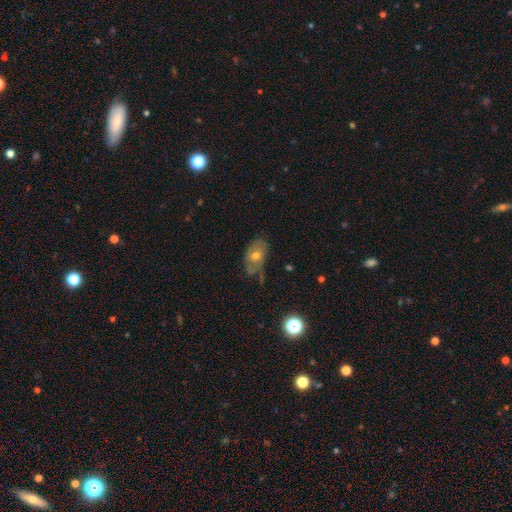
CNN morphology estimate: A smooth galaxy with no disk features (47%).

Vote fractions:
- Smooth or featured? smooth: 47% / featured or disk: 40% / star or artifact: 13%
- Merging? none: 44% / minor disturbance: 34% / major disturbance: 17% / merger: 4%